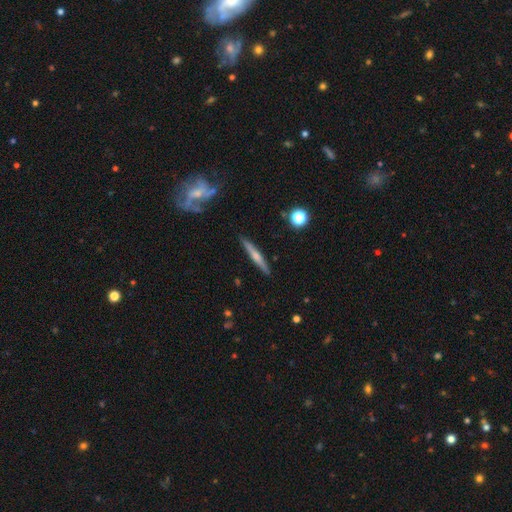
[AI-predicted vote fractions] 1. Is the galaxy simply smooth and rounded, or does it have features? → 52% featured or disk, 41% smooth, 6% star or artifact.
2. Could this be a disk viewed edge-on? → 96% yes, 4% no.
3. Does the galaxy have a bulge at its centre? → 62% rounded, 30% none, 8% boxy.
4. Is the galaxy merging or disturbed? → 90% none, 7% minor disturbance, 2% major disturbance, 2% merger.